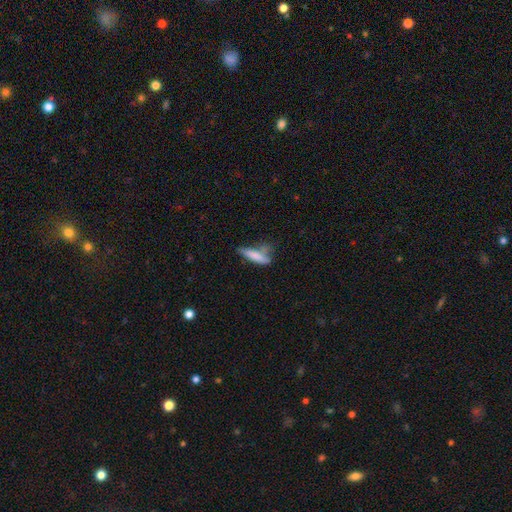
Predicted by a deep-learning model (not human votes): This is likely a smooth galaxy (75%). How rounded: likely cigar-shaped (68%). Merging: marginally none (42%).